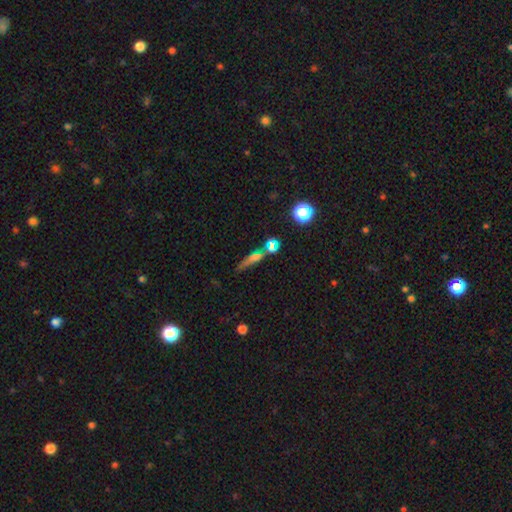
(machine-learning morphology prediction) A smooth galaxy with no disk features (43%).

Vote fractions:
- Smooth or featured? smooth: 43% / featured or disk: 35% / star or artifact: 22%
- Merging? none: 62% / minor disturbance: 15% / merger: 15% / major disturbance: 8%